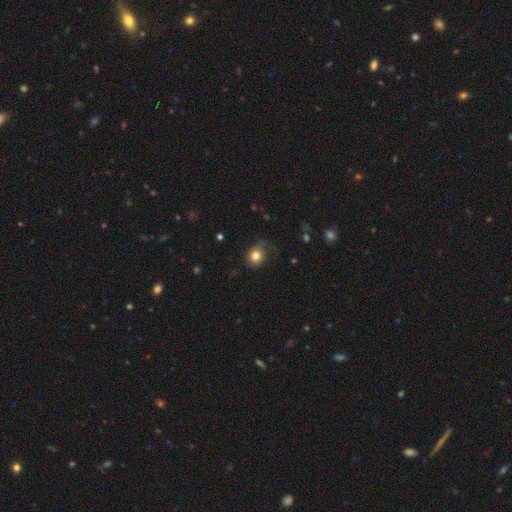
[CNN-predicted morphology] A smooth galaxy with no disk features (80%) that is round (70%). Merging: none (68%).